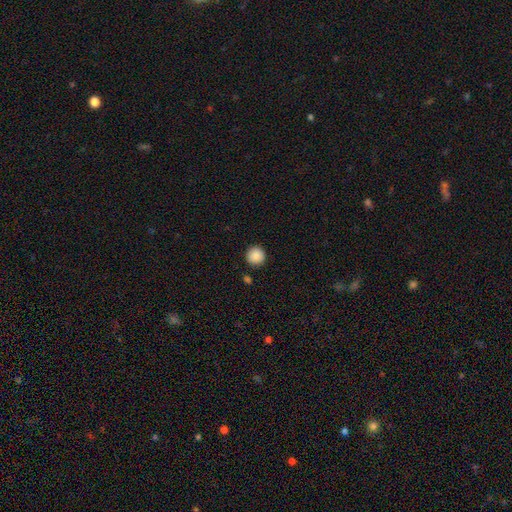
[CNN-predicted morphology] smooth_or_featured: smooth (p=0.89) [alt: star or artifact p=0.08]
how_rounded: round (p=0.95) [alt: in between p=0.04]
merging: none (p=0.90) [alt: minor disturbance p=0.06]